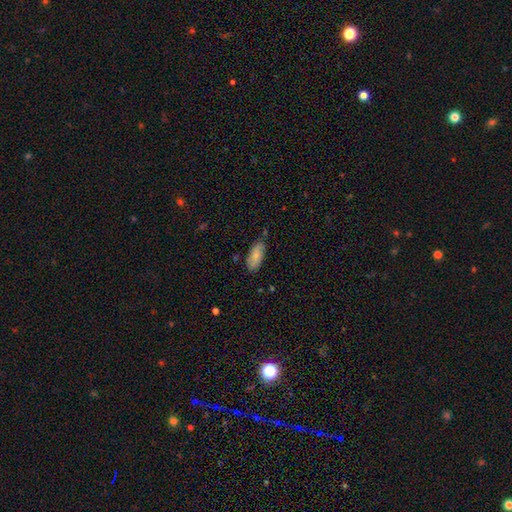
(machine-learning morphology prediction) The model was most divided on "merging": none: 77%, minor disturbance: 18%, major disturbance: 3%, merger: 2%. More confident: how rounded — in between (88%); smooth or featured — smooth (80%).